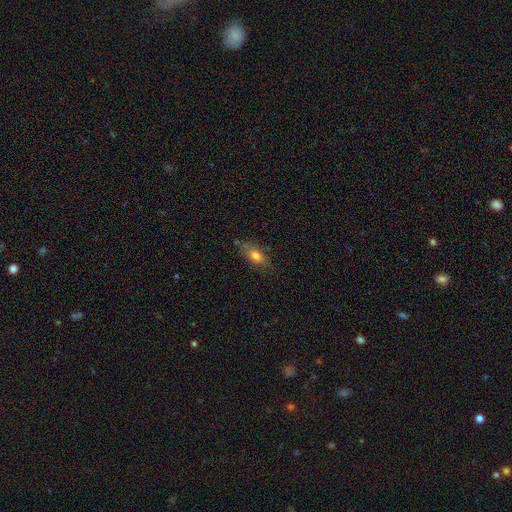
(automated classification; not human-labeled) Smooth or featured?
  - smooth: 73% *
  - featured or disk: 19%
  - star or artifact: 8%
How rounded?
  - in between: 86% *
  - cigar-shaped: 9%
  - round: 5%
Merging?
  - none: 67% *
  - minor disturbance: 23%
  - major disturbance: 7%
  - merger: 3%